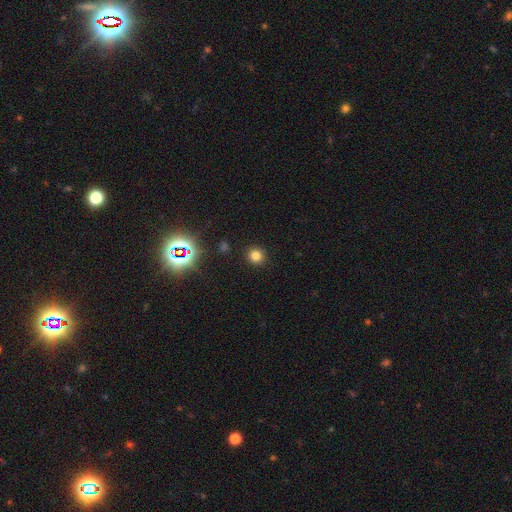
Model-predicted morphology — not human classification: This appears to be a smooth galaxy with no disk features (77%) that is round (92%). Merging: none (91%).